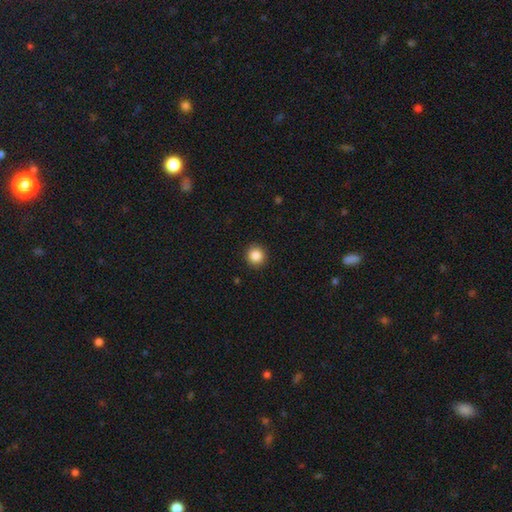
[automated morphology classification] Smooth or featured?
  - smooth: 87% *
  - star or artifact: 10%
  - featured or disk: 3%
How rounded?
  - round: 94% *
  - in between: 5%
  - cigar-shaped: 1%
Merging?
  - none: 92% *
  - minor disturbance: 5%
  - major disturbance: 2%
  - merger: 1%